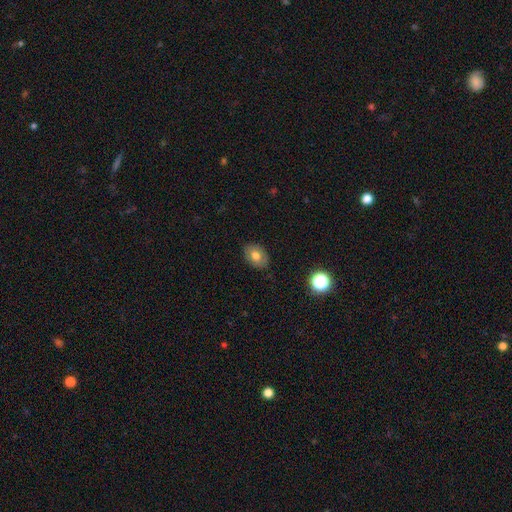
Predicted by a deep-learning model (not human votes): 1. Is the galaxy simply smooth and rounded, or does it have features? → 69% smooth, 21% featured or disk, 10% star or artifact.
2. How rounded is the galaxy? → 76% in between, 22% round, 1% cigar-shaped.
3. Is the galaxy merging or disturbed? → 84% none, 12% minor disturbance, 3% major disturbance, 1% merger.